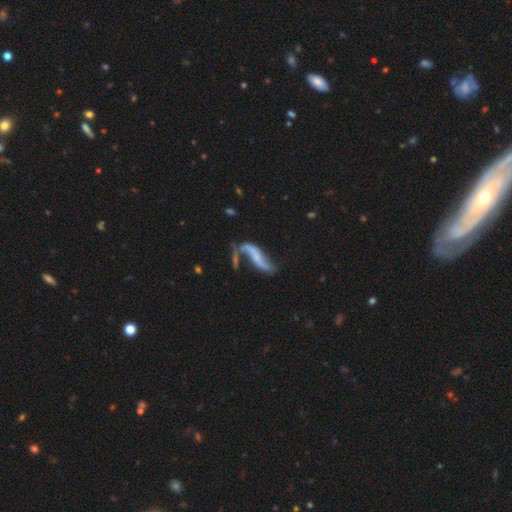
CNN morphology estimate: This is likely a featured or disk galaxy (71%). It is clearly not viewed edge-on (81%). Bar: possibly no (52%). Spiral arm pattern: clearly yes (82%). Central bulge: marginally none (44%). Merging: marginally none (37%).